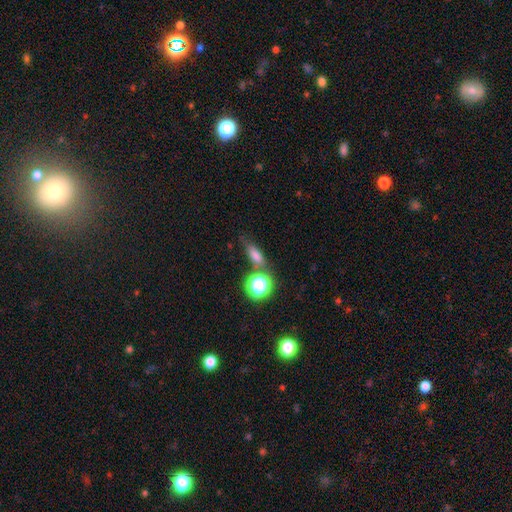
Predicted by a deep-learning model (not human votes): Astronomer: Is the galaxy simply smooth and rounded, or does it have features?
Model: smooth — 73%.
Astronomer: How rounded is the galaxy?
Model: in between — 58%.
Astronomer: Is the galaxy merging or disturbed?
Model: none — 64%.